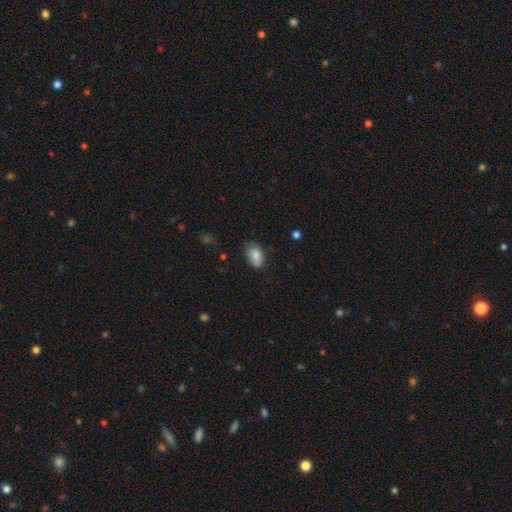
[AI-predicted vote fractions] A smooth galaxy with no disk features (82%) that is in between round and cigar-shaped (90%). Merging: none (64%).